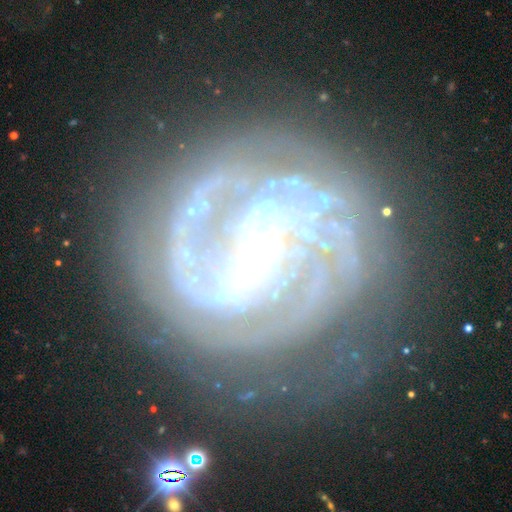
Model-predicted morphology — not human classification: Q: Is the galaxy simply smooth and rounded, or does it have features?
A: featured or disk — 87%.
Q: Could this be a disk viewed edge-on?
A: no — 98%.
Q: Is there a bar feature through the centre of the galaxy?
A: strong — 43%.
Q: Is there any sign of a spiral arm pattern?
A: yes — 93%.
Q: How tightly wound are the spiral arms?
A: tight — 51%.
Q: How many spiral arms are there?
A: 2 — 36%.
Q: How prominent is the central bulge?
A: small — 42%.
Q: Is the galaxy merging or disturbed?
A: none — 60%.